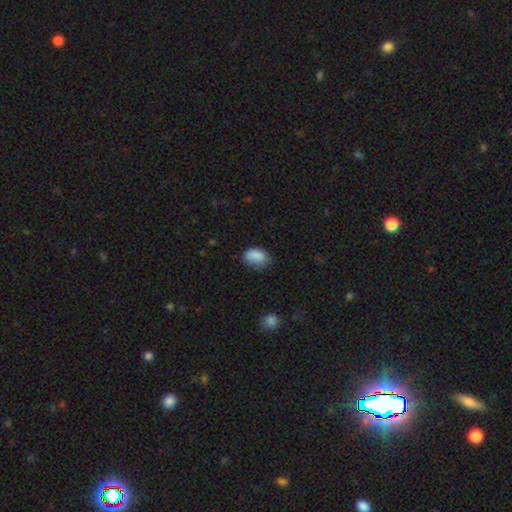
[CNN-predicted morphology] A smooth galaxy with no disk features (86%) that is in between round and cigar-shaped (84%). Merging: none (65%).